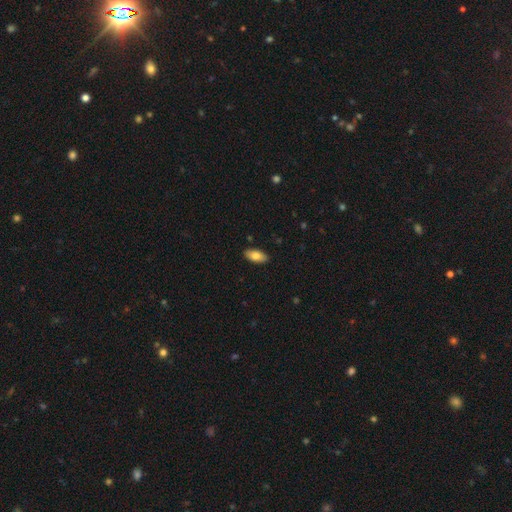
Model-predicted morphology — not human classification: Q: Smooth or featured?
A: smooth (79%); runner-up: featured or disk (15%)
Q: How rounded?
A: in between (90%); runner-up: cigar-shaped (8%)
Q: Merging?
A: none (89%); runner-up: minor disturbance (8%)